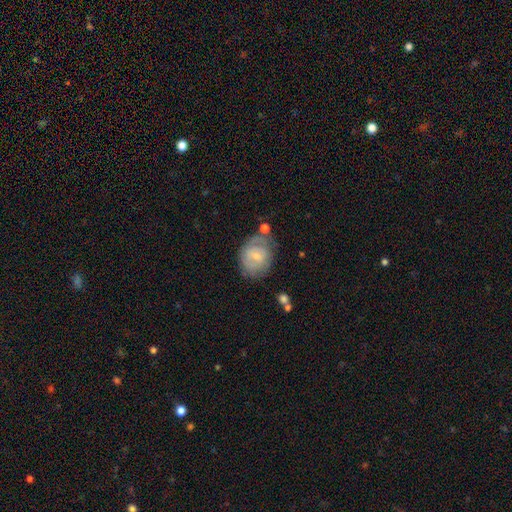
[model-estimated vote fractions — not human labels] Smooth or featured? featured or disk (50%)
Edge-on disk? no (96%)
Merging? none (51%)